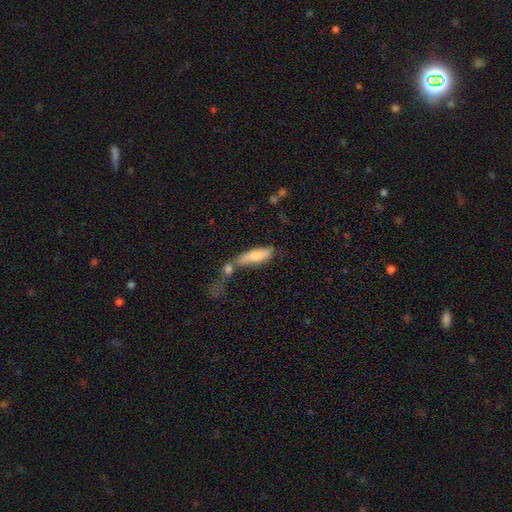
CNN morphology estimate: type=smooth (69%); roundness=cigar-shaped (57%); merging=merger (44%).